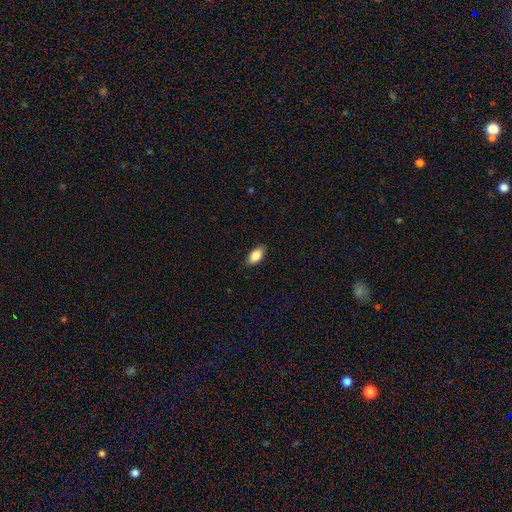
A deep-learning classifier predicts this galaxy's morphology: This is clearly a smooth galaxy (87%). How rounded: clearly in between (93%). Merging: clearly none (87%).